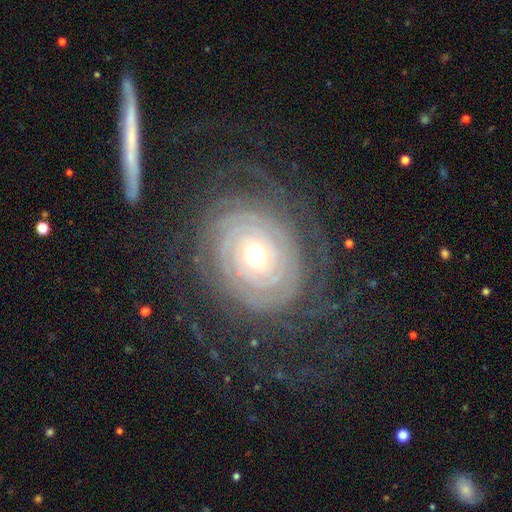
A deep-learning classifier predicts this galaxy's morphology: Smooth or featured? Predicted: featured or disk (p=0.86). Edge-on disk? Predicted: no (p=0.96). Bar? Predicted: no (p=0.69). Spiral arms? Predicted: yes (p=0.94). Spiral winding? Predicted: tight (p=0.85). Spiral arm count? Predicted: can't tell (p=0.34). Bulge size? Predicted: moderate (p=0.66). Merging? Predicted: none (p=0.74).